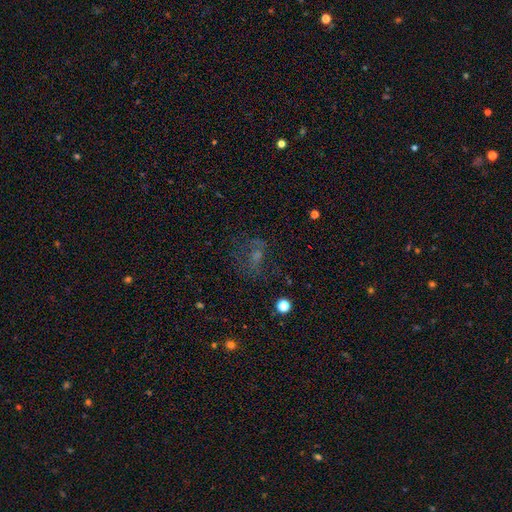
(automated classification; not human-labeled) Morphology: type=featured or disk (35%, tied with smooth); merging=none (50%).